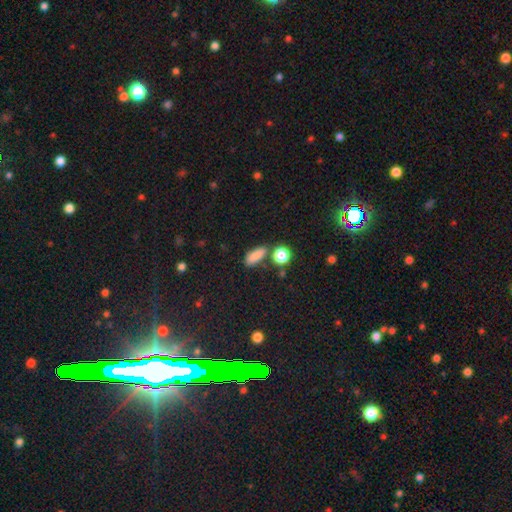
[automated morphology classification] Smooth or featured: smooth — 82% (star or artifact — 13%)
How rounded: in between — 66% (cigar-shaped — 25%)
Merging: none — 73% (minor disturbance — 14%)